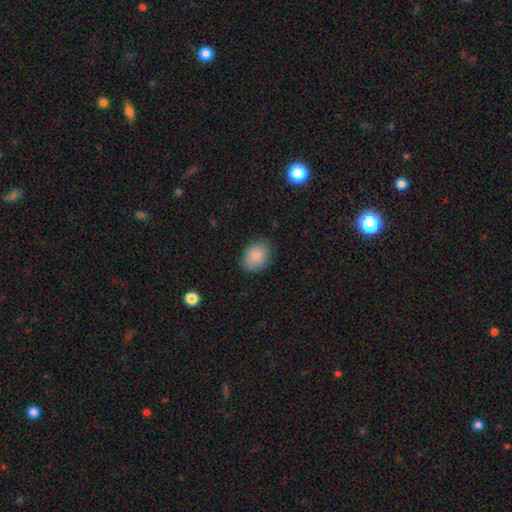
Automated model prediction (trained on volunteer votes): This appears to be a smooth galaxy with no disk features (87%) that is in between round and cigar-shaped (60%). Merging: none (82%).